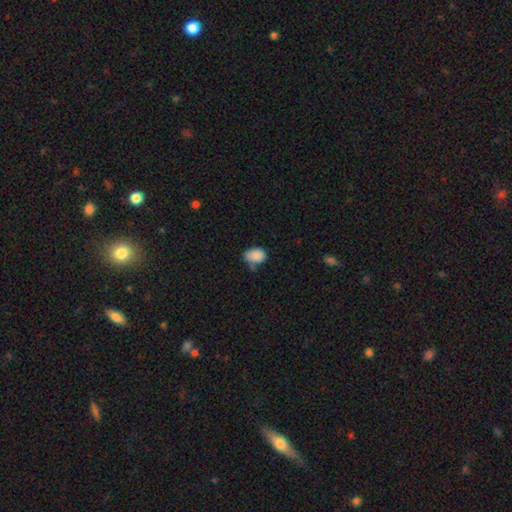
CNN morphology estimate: smooth-or-featured: smooth: 87% | star or artifact: 8% | featured or disk: 5%
  how-rounded: in between: 79% | round: 20% | cigar-shaped: 1%
  merging: none: 58% | minor disturbance: 28% | merger: 7% | major disturbance: 6%